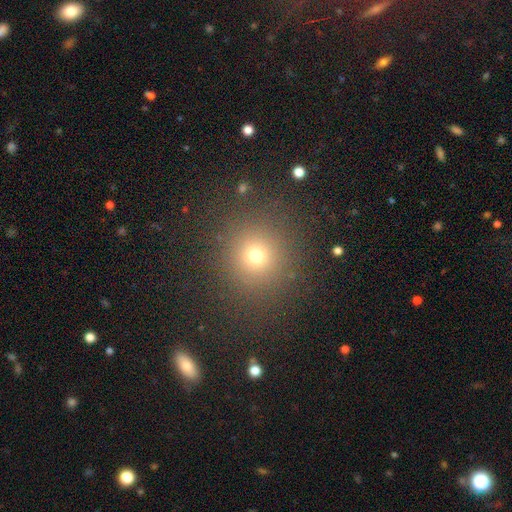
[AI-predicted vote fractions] This is likely a smooth galaxy (70%). How rounded: clearly round (92%). Merging: clearly none (88%).